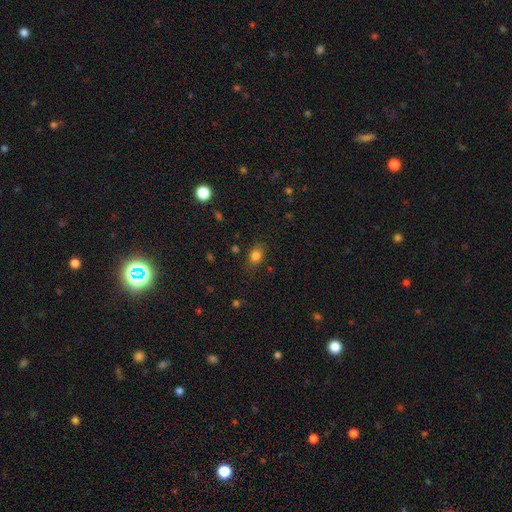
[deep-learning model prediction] A smooth galaxy with no disk features (81%) that is in between round and cigar-shaped (66%).

Vote fractions:
- Smooth or featured? smooth: 81% / star or artifact: 12% / featured or disk: 7%
- How rounded? in between: 66% / round: 32% / cigar-shaped: 2%
- Merging? none: 81% / minor disturbance: 13% / major disturbance: 4% / merger: 2%